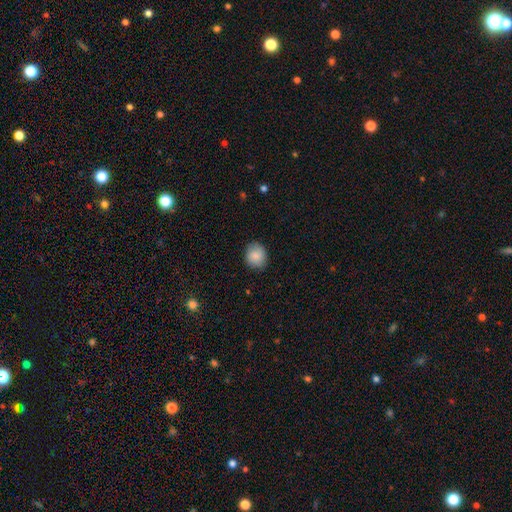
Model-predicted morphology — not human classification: This appears to be a smooth galaxy with no disk features (87%) that is round (70%). Merging: none (85%).